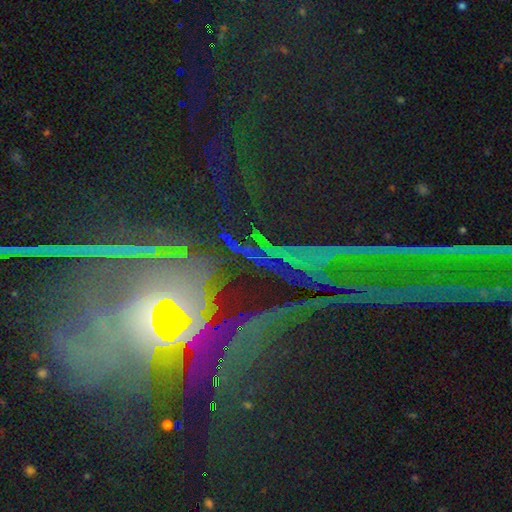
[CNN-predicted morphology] A star or artifact, not a galaxy (67%).